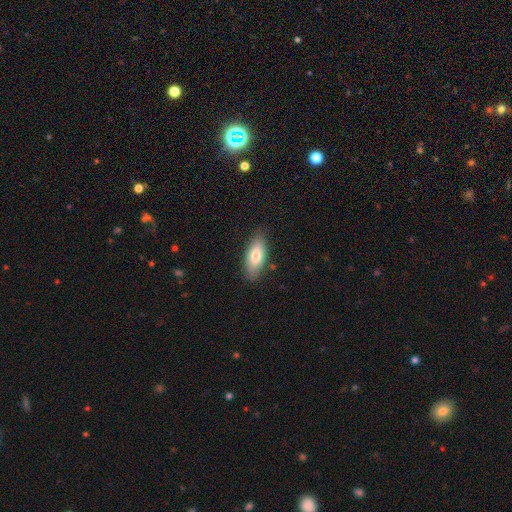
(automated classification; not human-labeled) This is likely a smooth galaxy (75%). How rounded: clearly in between (81%). Merging: clearly none (82%).